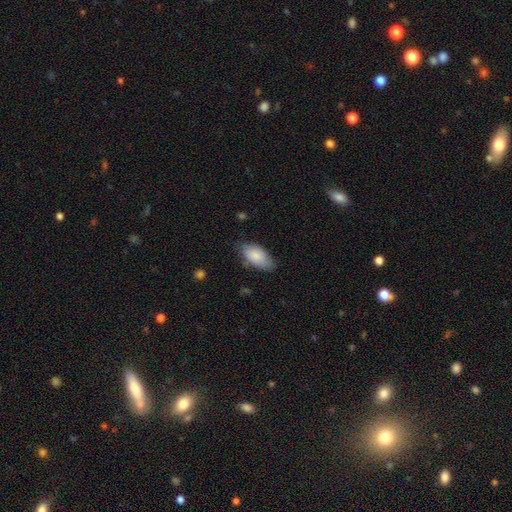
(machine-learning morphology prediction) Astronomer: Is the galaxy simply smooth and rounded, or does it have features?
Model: smooth — 85%.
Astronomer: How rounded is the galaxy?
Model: in between — 93%.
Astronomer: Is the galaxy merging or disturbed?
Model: none — 69%.